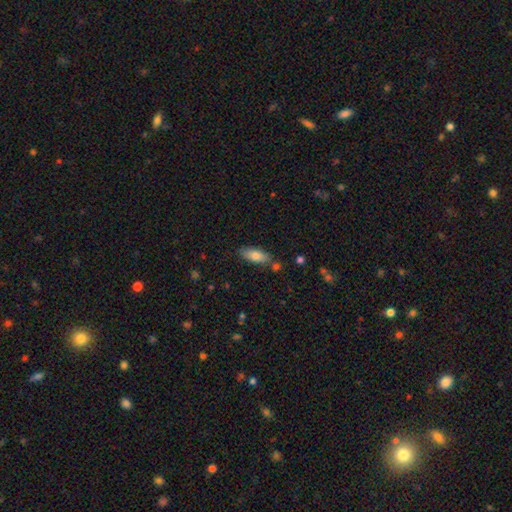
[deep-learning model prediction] This appears to be a smooth galaxy with no disk features (76%) that is in between round and cigar-shaped (78%). Merging: none (76%).